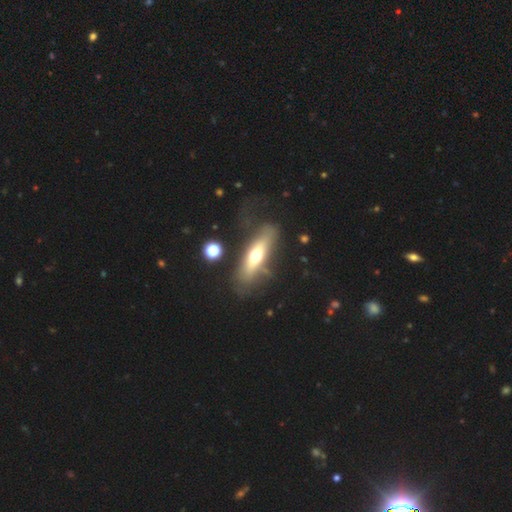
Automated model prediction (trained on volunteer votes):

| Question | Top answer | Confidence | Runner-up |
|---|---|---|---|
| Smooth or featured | smooth | 47% | featured or disk (46%) |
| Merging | none | 60% | minor disturbance (20%) |